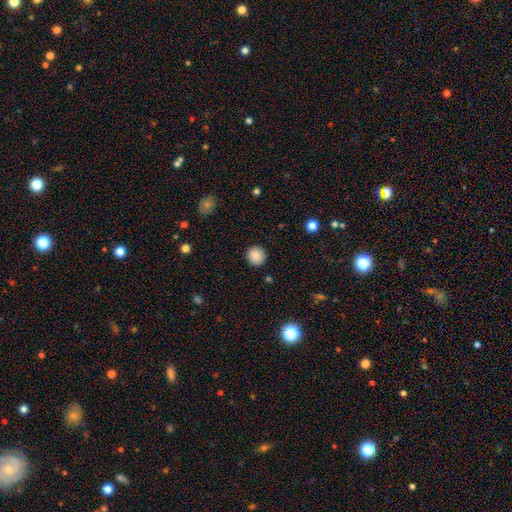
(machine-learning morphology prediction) type=smooth (87%); roundness=round (91%); merging=none (91%).